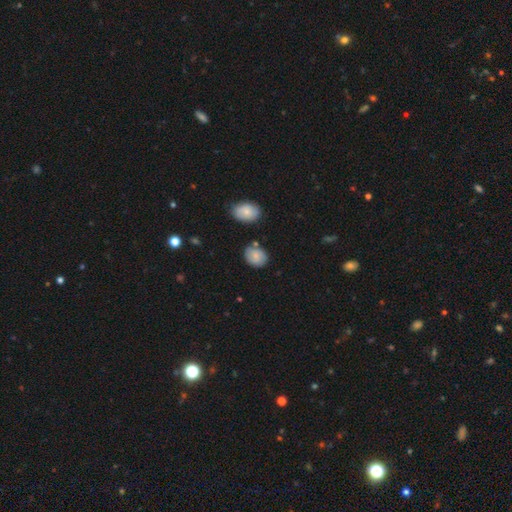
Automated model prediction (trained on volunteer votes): The model was most divided on "how rounded": round: 51%, in between: 47%, cigar-shaped: 1%. More confident: smooth or featured — smooth (76%); merging — none (73%).